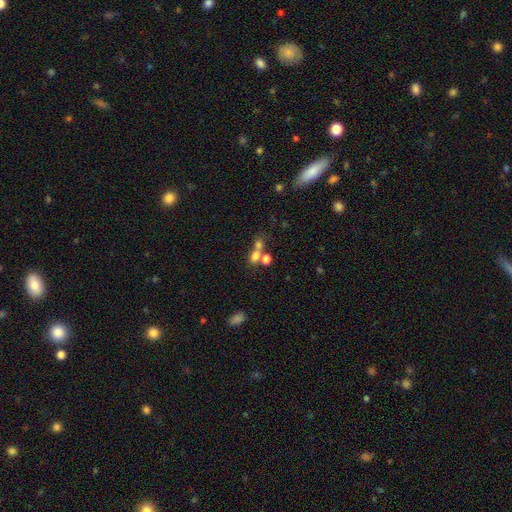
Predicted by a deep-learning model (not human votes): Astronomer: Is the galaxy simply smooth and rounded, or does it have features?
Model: smooth — 70%.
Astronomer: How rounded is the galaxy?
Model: in between — 58% (runner-up: round, 38%).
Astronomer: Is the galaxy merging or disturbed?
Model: merger — 54% (runner-up: none, 31%).